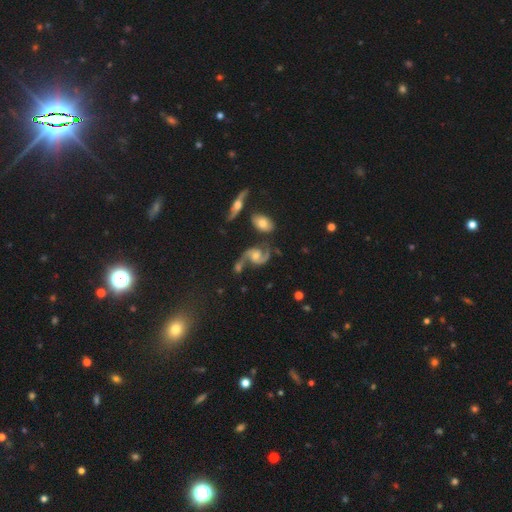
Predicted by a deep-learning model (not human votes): A featured or disk galaxy (88%) with no bar (60%), 2 (93%) loose (45%) spiral arms (97%) and a moderate central bulge (49%). Merging: none (56%).